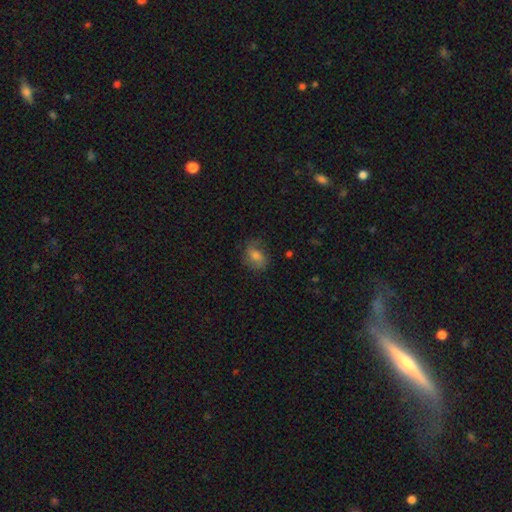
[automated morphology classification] This is likely a smooth galaxy (62%). How rounded: likely in between (68%). Merging: likely none (72%).